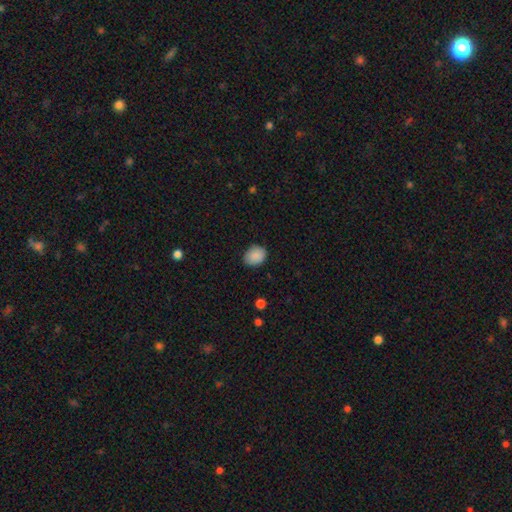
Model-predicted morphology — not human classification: type=smooth (89%); roundness=in between (50%); merging=none (84%).